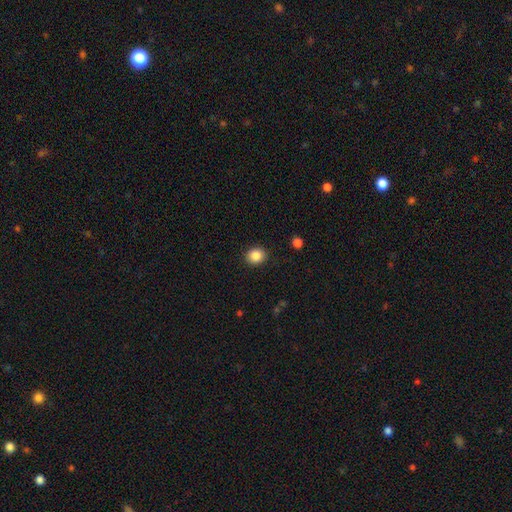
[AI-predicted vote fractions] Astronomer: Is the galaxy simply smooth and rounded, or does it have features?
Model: smooth — 87%.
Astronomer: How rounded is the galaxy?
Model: round — 70%.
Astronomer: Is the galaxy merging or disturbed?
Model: none — 90%.